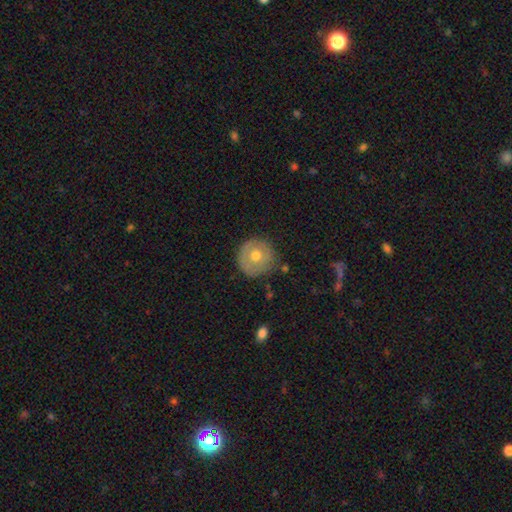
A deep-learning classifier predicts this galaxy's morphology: Smooth or featured?
  - smooth: 60% *
  - featured or disk: 33%
  - star or artifact: 8%
How rounded?
  - round: 95% *
  - in between: 4%
  - cigar-shaped: 1%
Merging?
  - none: 79% *
  - minor disturbance: 15%
  - major disturbance: 4%
  - merger: 2%